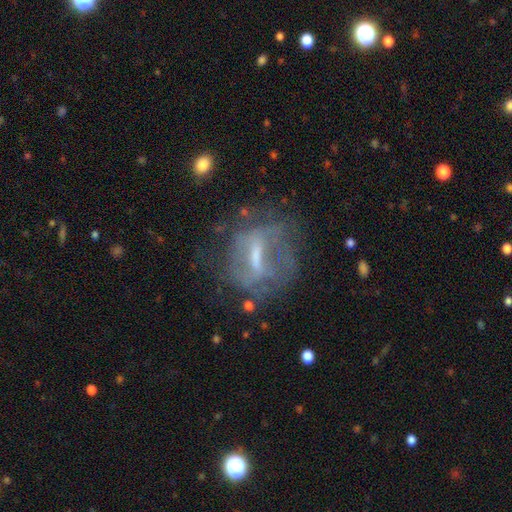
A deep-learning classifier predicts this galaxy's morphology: The model was most divided on "bulge size" (2-way tie): small: 37%, moderate: 37%, none: 20%, large: 5%, dominant: 1%. More confident: edge-on disk — no (88%); smooth or featured — featured or disk (70%); merging — none (57%); spiral arms — yes (52%); bar — strong (51%).